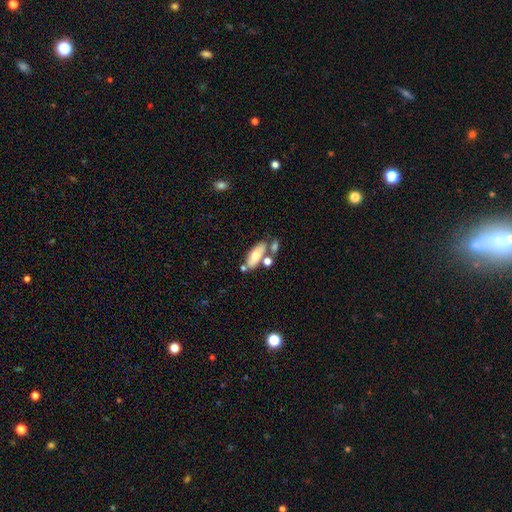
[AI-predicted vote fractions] Morphology: type=smooth (64%); roundness=in between (78%); merging=none (56%).